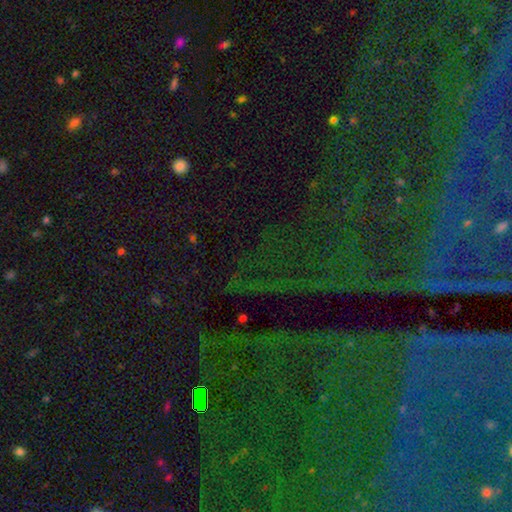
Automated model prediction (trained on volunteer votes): Smooth or featured? star or artifact (80%)